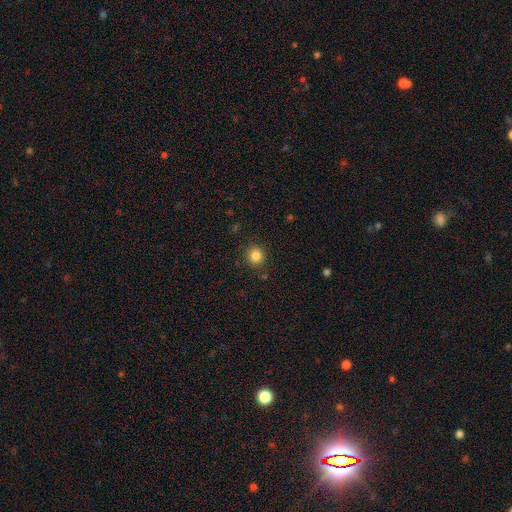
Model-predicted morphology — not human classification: A smooth galaxy with no disk features (84%) that is round (91%).

Vote fractions:
- Smooth or featured? smooth: 84% / star or artifact: 11% / featured or disk: 5%
- How rounded? round: 91% / in between: 8% / cigar-shaped: 1%
- Merging? none: 88% / minor disturbance: 7% / major disturbance: 2% / merger: 2%